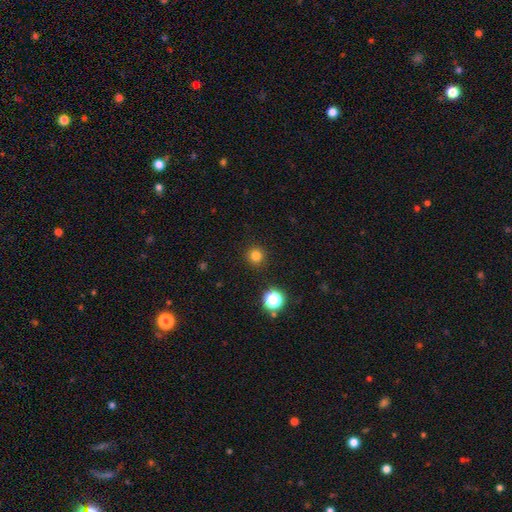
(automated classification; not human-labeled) This is likely a smooth galaxy (80%). How rounded: clearly round (95%). Merging: clearly none (91%).